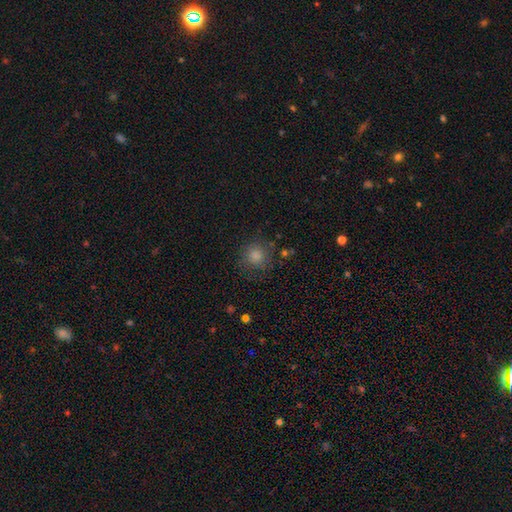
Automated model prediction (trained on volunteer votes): A smooth galaxy with no disk features (83%) that is round (92%).

Vote fractions:
- Smooth or featured? smooth: 83% / star or artifact: 11% / featured or disk: 6%
- How rounded? round: 92% / in between: 7% / cigar-shaped: 1%
- Merging? none: 81% / minor disturbance: 12% / major disturbance: 5% / merger: 2%